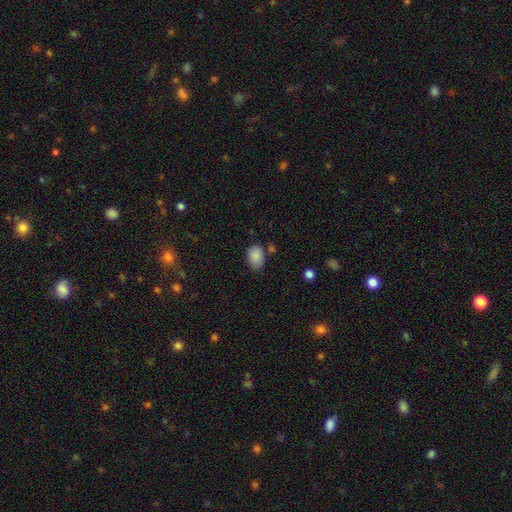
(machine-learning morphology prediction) The model was most divided on "merging": none: 70%, minor disturbance: 19%, merger: 6%, major disturbance: 5%. More confident: smooth or featured — smooth (87%); how rounded — in between (78%).